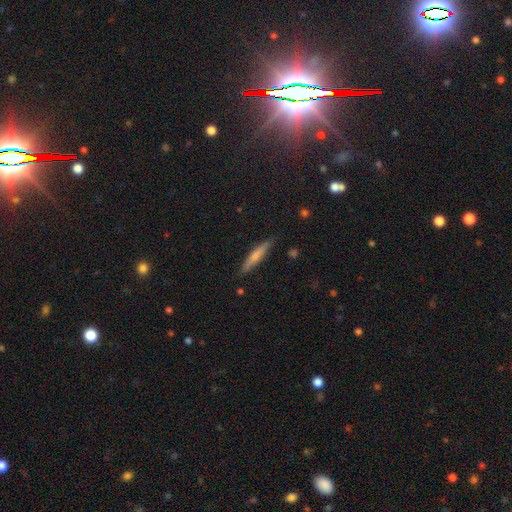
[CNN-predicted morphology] Overall: smooth (57%; featured or disk 36%). How rounded: cigar-shaped (90%). Merging: none (86%).